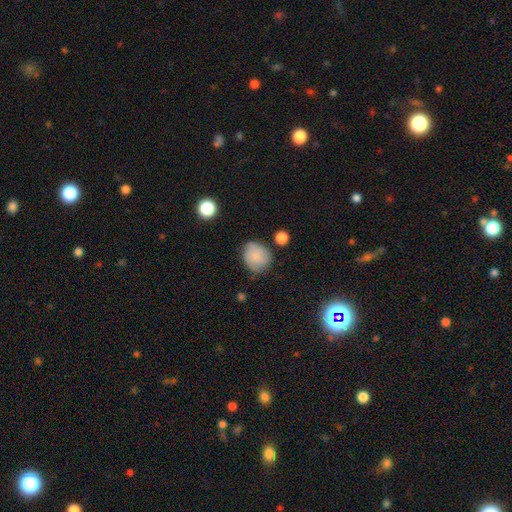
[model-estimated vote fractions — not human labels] Smooth or featured: smooth — 79% (featured or disk — 13%)
How rounded: round — 69% (in between — 30%)
Merging: none — 68% (minor disturbance — 23%)